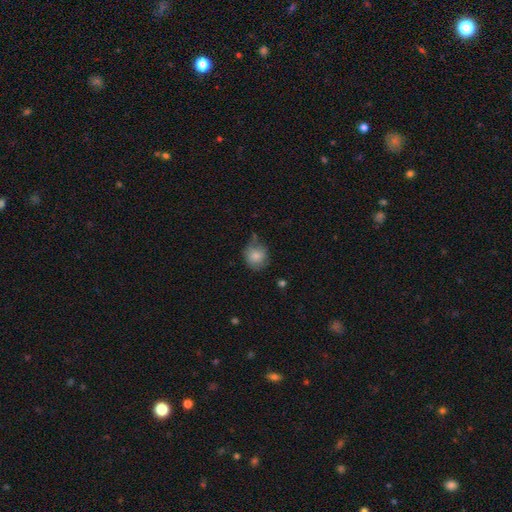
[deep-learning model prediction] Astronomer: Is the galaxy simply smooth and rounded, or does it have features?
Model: smooth — 82%.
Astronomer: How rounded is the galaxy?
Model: round — 79%.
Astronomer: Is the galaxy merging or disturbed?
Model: none — 56%.